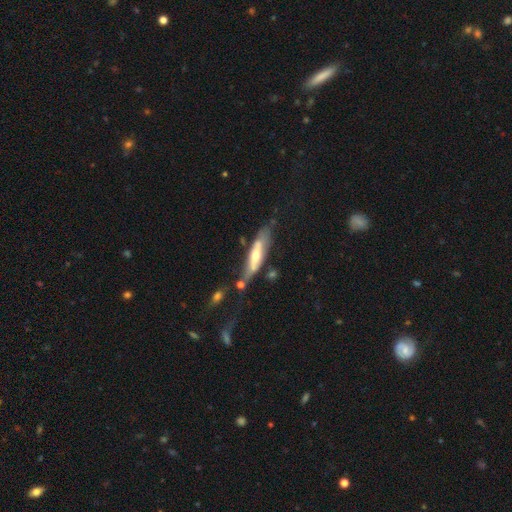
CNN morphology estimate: Smooth or featured? featured or disk (51%)
Edge-on disk? yes (58%)
Merging? none (51%)